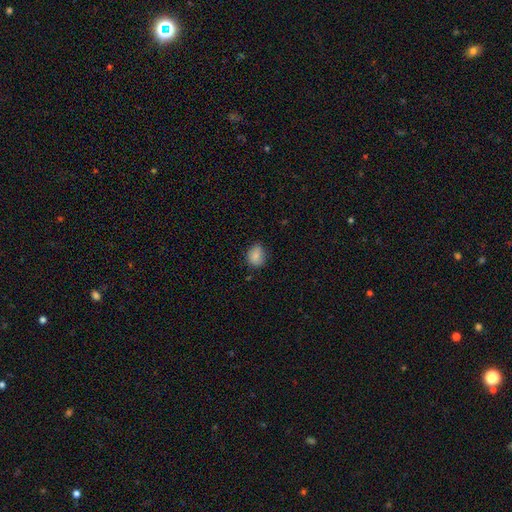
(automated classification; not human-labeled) smooth-or-featured: smooth: 84% | star or artifact: 8% | featured or disk: 8%
  how-rounded: round: 57% | in between: 42% | cigar-shaped: 1%
  merging: none: 72% | minor disturbance: 23% | major disturbance: 4% | merger: 1%